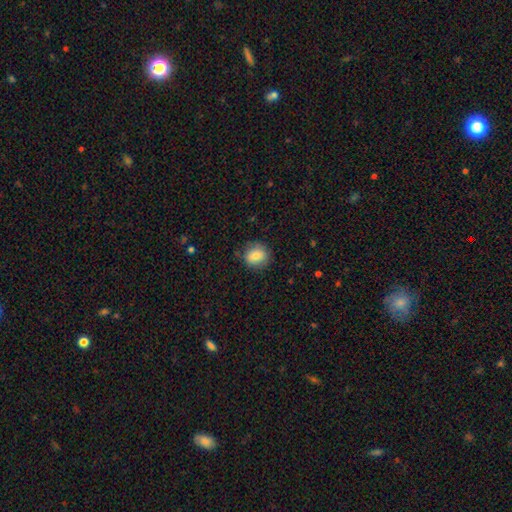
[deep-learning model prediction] smooth_or_featured: smooth (p=0.81) [alt: featured or disk p=0.11]
how_rounded: round (p=0.76) [alt: in between p=0.23]
merging: none (p=0.80) [alt: minor disturbance p=0.15]